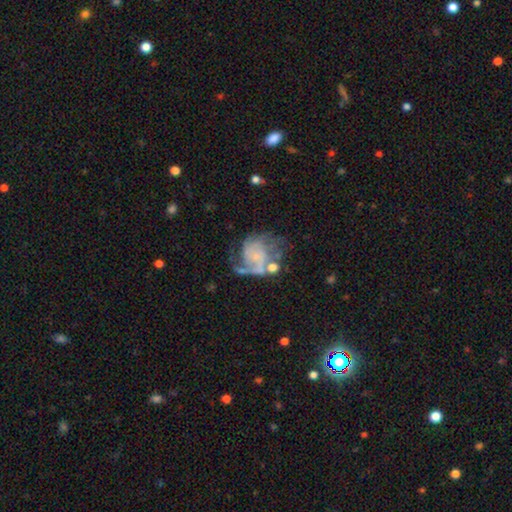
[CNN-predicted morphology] Smooth or featured?
  - featured or disk: 78% *
  - smooth: 14%
  - star or artifact: 8%
Edge-on disk?
  - no: 98% *
  - yes: 2%
Bar?
  - no: 68% *
  - weak: 27%
  - strong: 5%
Spiral arms?
  - yes: 89% *
  - no: 11%
Spiral winding?
  - medium: 43% *
  - loose: 34%
  - tight: 23%
Spiral arm count?
  - 2: 46% *
  - 1: 19%
  - can't tell: 17%
  - 3: 11%
  - 4: 4%
  - more than 4: 3%
Bulge size?
  - small: 54% *
  - none: 31%
  - moderate: 11%
  - large: 2%
  - dominant: 1%
Merging?
  - none: 40% *
  - major disturbance: 30%
  - minor disturbance: 19%
  - merger: 10%